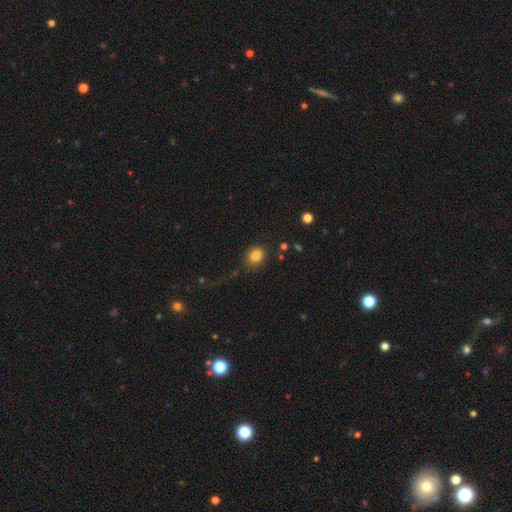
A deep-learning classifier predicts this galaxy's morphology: smooth_or_featured: smooth (p=0.84) [alt: star or artifact p=0.10]
how_rounded: round (p=0.55) [alt: in between p=0.44]
merging: none (p=0.78) [alt: minor disturbance p=0.14]